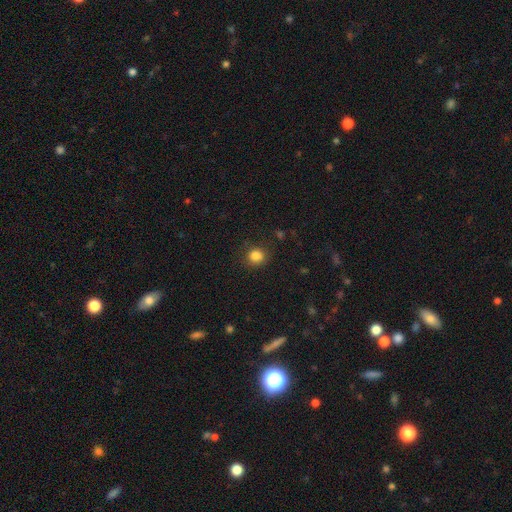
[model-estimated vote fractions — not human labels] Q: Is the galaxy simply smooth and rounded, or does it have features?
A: smooth — 84%.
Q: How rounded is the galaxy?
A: round — 82%.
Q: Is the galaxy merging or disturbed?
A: none — 83%.